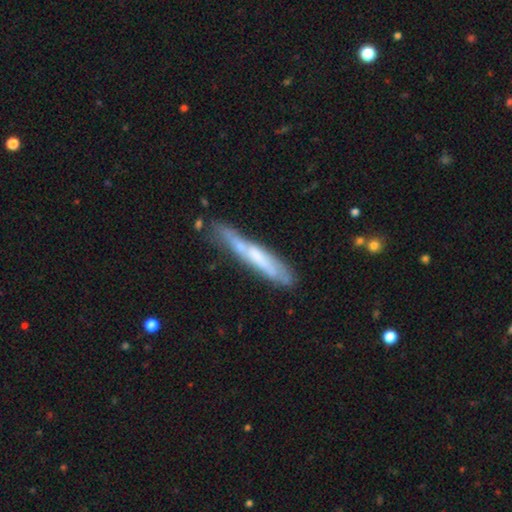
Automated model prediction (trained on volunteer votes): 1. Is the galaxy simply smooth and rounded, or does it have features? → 49% featured or disk, 45% smooth, 7% star or artifact.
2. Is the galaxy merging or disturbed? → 58% none, 27% minor disturbance, 8% major disturbance, 6% merger.